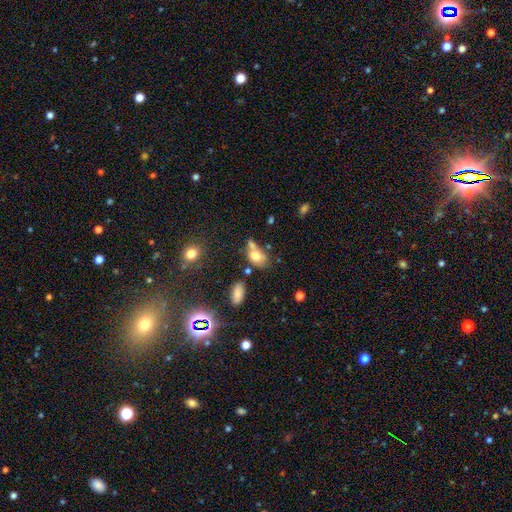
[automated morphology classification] Smooth or featured: smooth — 69% (featured or disk — 18%)
How rounded: in between — 73% (round — 24%)
Merging: merger — 37% (tied with none — 37%)